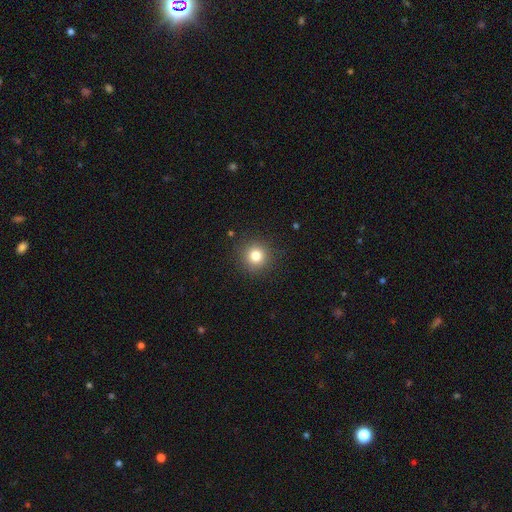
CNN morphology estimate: smooth 81%, star or artifact 13%, featured or disk 7%. Down the decision tree: how rounded — round (94%); merging — none (90%).